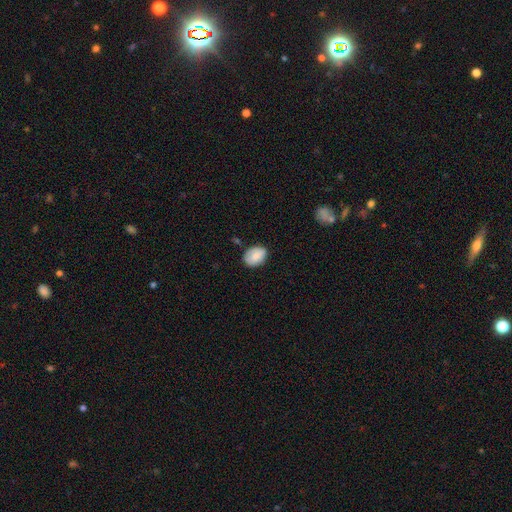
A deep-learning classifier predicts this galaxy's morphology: Smooth or featured: smooth — 80% (featured or disk — 13%)
How rounded: in between — 68% (round — 31%)
Merging: none — 73% (minor disturbance — 21%)